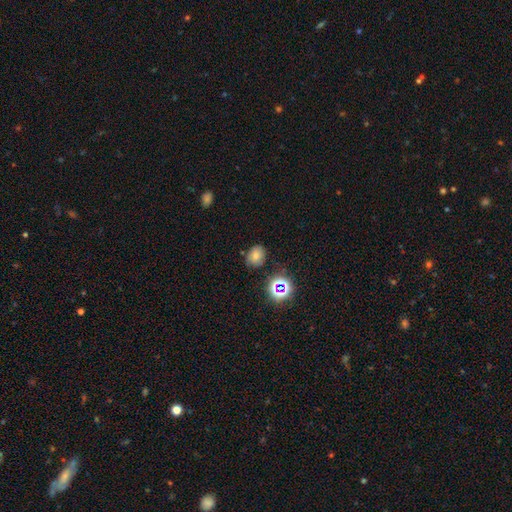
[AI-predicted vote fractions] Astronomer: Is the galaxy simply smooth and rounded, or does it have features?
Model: smooth — 65%.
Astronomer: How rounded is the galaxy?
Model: round — 54% (runner-up: in between, 45%).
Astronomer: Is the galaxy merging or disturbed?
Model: none — 73%.